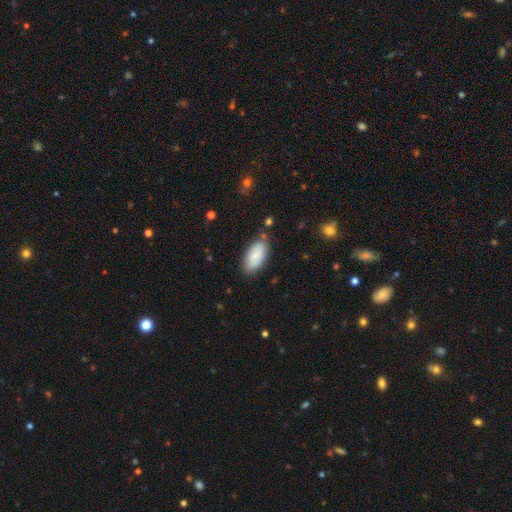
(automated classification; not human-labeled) Smooth or featured?
  - smooth: 80% *
  - featured or disk: 13%
  - star or artifact: 7%
How rounded?
  - in between: 92% *
  - cigar-shaped: 6%
  - round: 2%
Merging?
  - none: 75% *
  - minor disturbance: 17%
  - merger: 4%
  - major disturbance: 4%